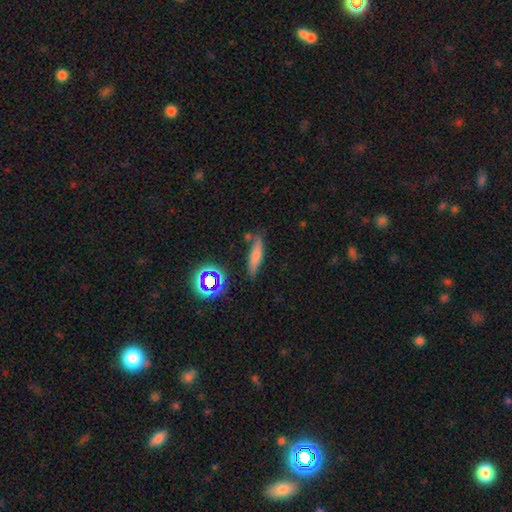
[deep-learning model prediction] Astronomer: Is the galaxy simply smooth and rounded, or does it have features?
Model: smooth — 66%.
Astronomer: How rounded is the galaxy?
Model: cigar-shaped — 74%.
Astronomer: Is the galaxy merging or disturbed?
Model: none — 75%.